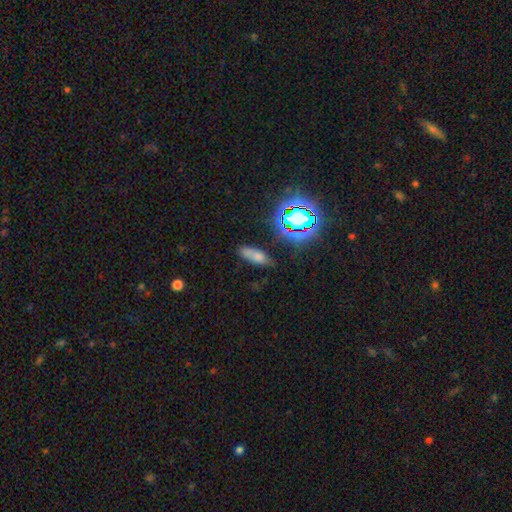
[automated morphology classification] Smooth or featured?
  - smooth: 66% *
  - star or artifact: 20%
  - featured or disk: 14%
How rounded?
  - in between: 66% *
  - cigar-shaped: 28%
  - round: 5%
Merging?
  - none: 64% *
  - minor disturbance: 22%
  - major disturbance: 8%
  - merger: 7%